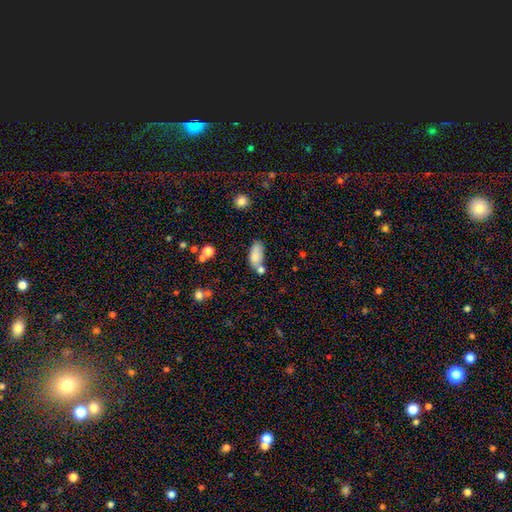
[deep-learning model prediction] Smooth or featured? Predicted: smooth (p=0.77). How rounded? Predicted: in between (p=0.89). Merging? Predicted: none (p=0.42).